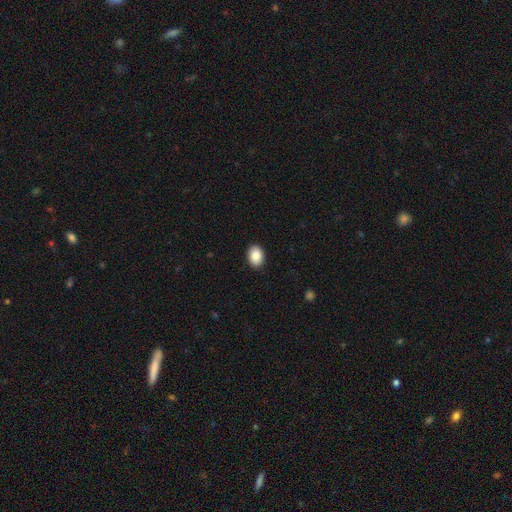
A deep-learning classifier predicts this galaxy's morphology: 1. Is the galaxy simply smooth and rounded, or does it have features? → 88% smooth, 7% star or artifact, 5% featured or disk.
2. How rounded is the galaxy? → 78% in between, 21% round, 1% cigar-shaped.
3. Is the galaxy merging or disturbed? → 91% none, 7% minor disturbance, 2% major disturbance, 1% merger.